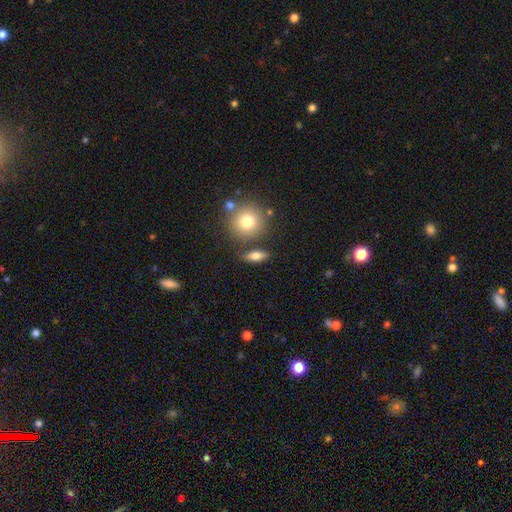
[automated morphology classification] A smooth galaxy with no disk features (72%) that is in between round and cigar-shaped (62%). Merging: none (80%).